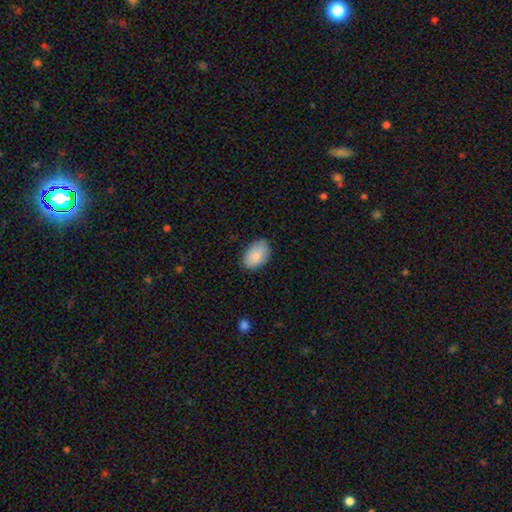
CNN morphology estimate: smooth-or-featured: smooth: 87% | featured or disk: 7% | star or artifact: 6%
  how-rounded: in between: 91% | round: 8% | cigar-shaped: 1%
  merging: none: 80% | minor disturbance: 16% | major disturbance: 3% | merger: 1%